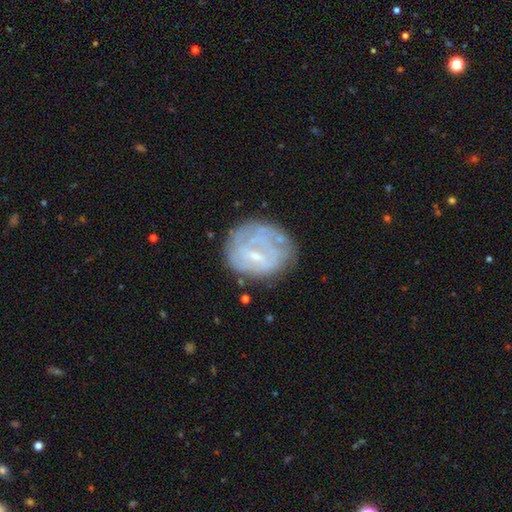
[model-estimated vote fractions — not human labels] A featured or disk galaxy (66%) with a weak bar (51%), spiral arms (62%) and a small central bulge (69%). Merging: none (64%).